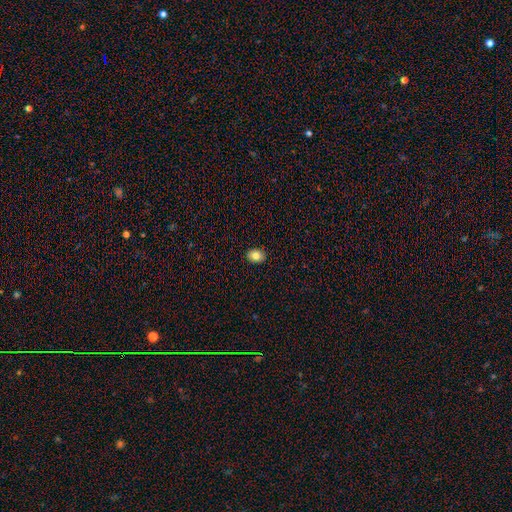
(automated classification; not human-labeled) Q: Smooth or featured?
A: smooth (80%); runner-up: featured or disk (11%)
Q: How rounded?
A: in between (59%); runner-up: round (40%)
Q: Merging?
A: none (90%); runner-up: minor disturbance (7%)